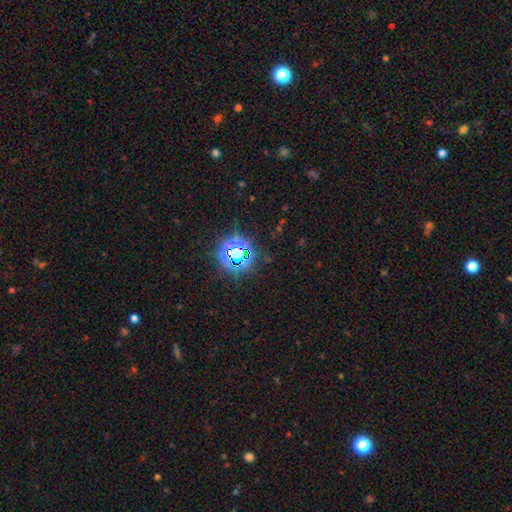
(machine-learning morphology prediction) Smooth or featured?
  - star or artifact: 79% *
  - smooth: 14%
  - featured or disk: 7%